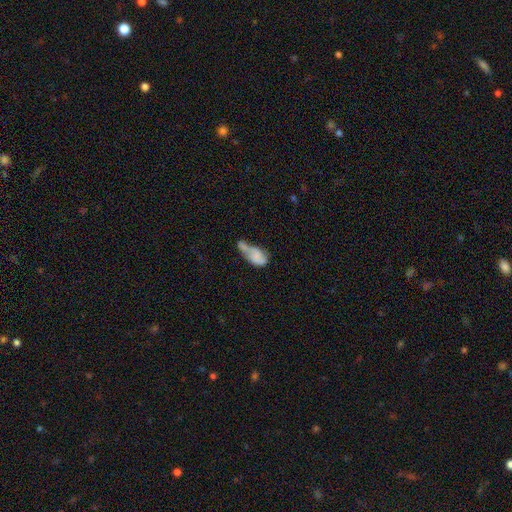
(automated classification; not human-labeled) Overall: smooth (61%; featured or disk 30%). How rounded: in between (85%). Merging: merger (45%; major disturbance 22%).